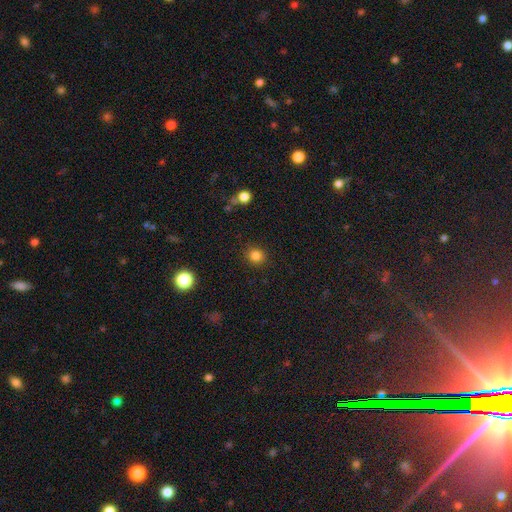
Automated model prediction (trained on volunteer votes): The model was most divided on "smooth or featured": smooth: 83%, star or artifact: 12%, featured or disk: 5%. More confident: merging — none (89%); how rounded — round (86%).